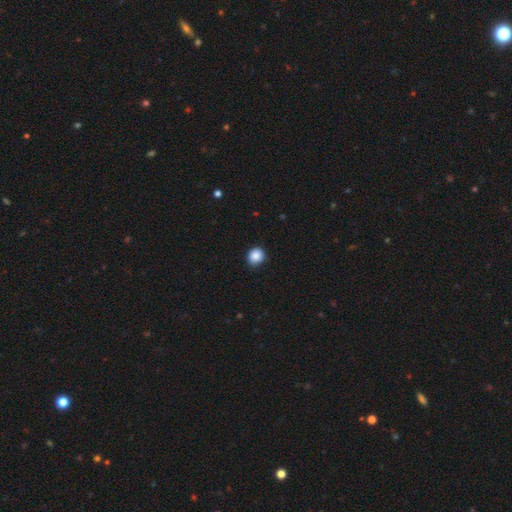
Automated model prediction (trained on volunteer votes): smooth 88%, star or artifact 9%, featured or disk 3%. Down the decision tree: how rounded — round (85%); merging — none (88%).